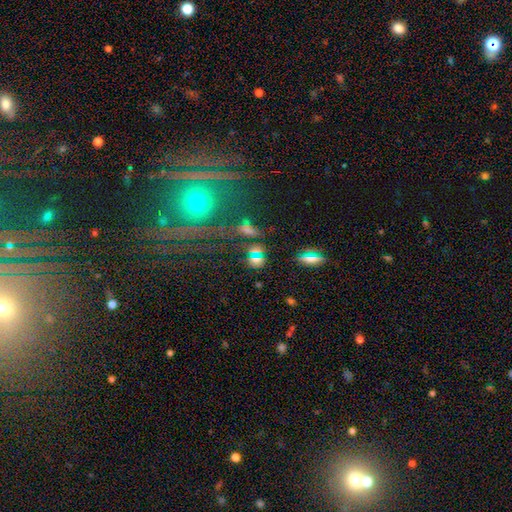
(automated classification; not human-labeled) smooth_or_featured: smooth (p=0.52) [alt: star or artifact p=0.35]
how_rounded: round (p=0.53) [alt: in between p=0.41]
merging: none (p=0.62) [alt: merger p=0.16]